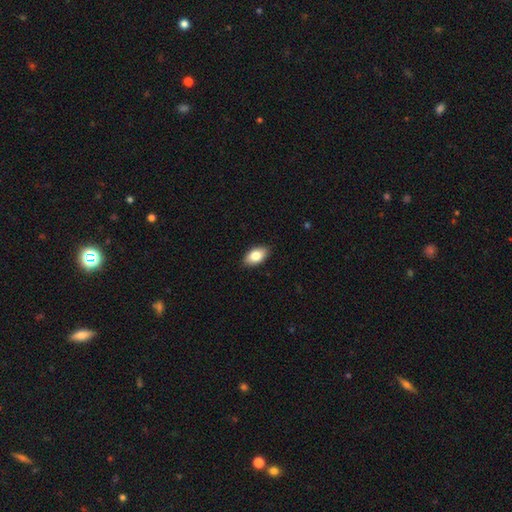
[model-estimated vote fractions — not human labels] Smooth or featured?
  - smooth: 82% *
  - featured or disk: 11%
  - star or artifact: 7%
How rounded?
  - in between: 92% *
  - round: 5%
  - cigar-shaped: 2%
Merging?
  - none: 88% *
  - minor disturbance: 9%
  - major disturbance: 2%
  - merger: 1%